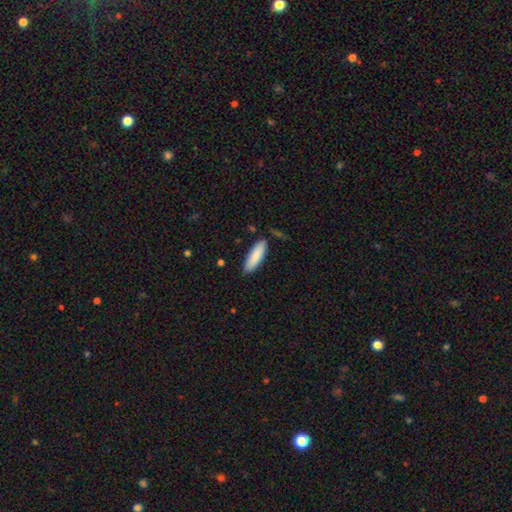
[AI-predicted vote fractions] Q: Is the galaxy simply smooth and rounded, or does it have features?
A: smooth — 87%.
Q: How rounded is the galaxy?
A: cigar-shaped — 51%.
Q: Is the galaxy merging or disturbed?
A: none — 82%.